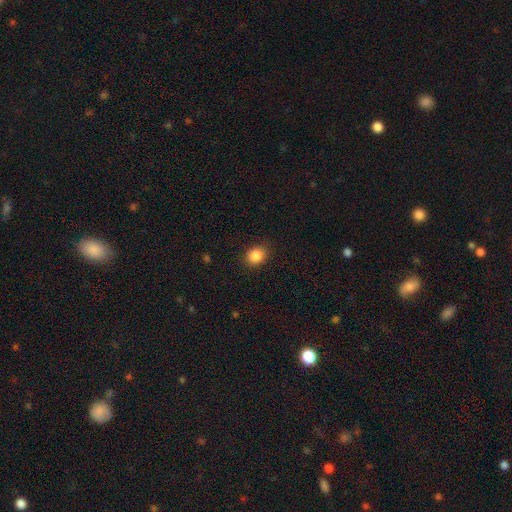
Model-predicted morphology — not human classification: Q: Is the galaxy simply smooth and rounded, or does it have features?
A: smooth — 86%.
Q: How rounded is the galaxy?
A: round — 57%.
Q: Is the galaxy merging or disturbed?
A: none — 88%.